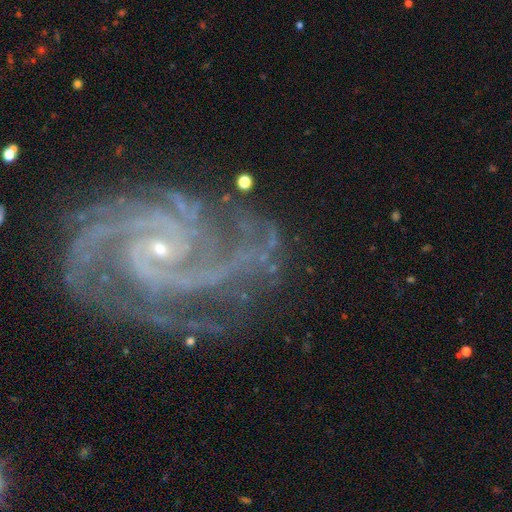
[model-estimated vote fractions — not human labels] smooth-or-featured: featured or disk: 91% | star or artifact: 7% | smooth: 3%
  disk-edge-on: no: 98% | yes: 2%
    bar: no: 59% | weak: 28% | strong: 13%
    has-spiral-arms: yes: 99% | no: 1%
      spiral-winding: tight: 62% | medium: 33% | loose: 5%
      spiral-arm-count: 2: 28% | 3: 21% | 4: 16% | can't tell: 15% | more than 4: 11% | 1: 9%
    bulge-size: small: 82% | moderate: 14% | none: 2% | large: 1% | dominant: 1%
  merging: none: 69% | minor disturbance: 18% | major disturbance: 11% | merger: 2%